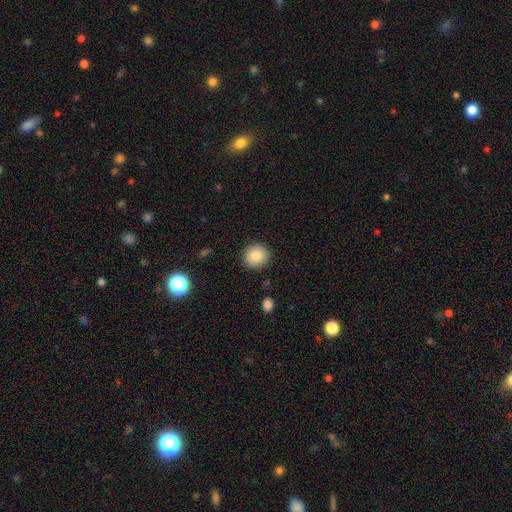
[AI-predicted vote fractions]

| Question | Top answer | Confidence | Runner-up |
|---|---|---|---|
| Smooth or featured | smooth | 86% | star or artifact (9%) |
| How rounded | round | 93% | in between (6%) |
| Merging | none | 90% | minor disturbance (7%) |